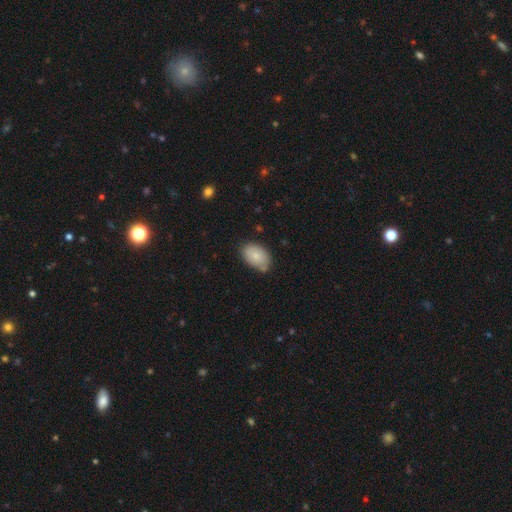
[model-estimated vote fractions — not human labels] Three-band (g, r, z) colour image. It shows a smooth galaxy with no disk features (82%) that is in between round and cigar-shaped (90%). Merging: none (71%).